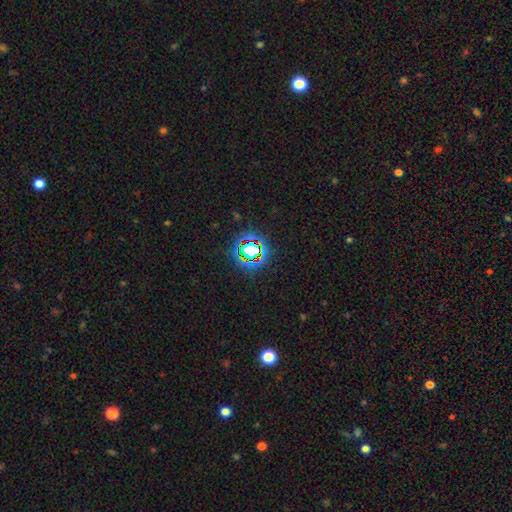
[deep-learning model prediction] Smooth or featured? star or artifact (69%)